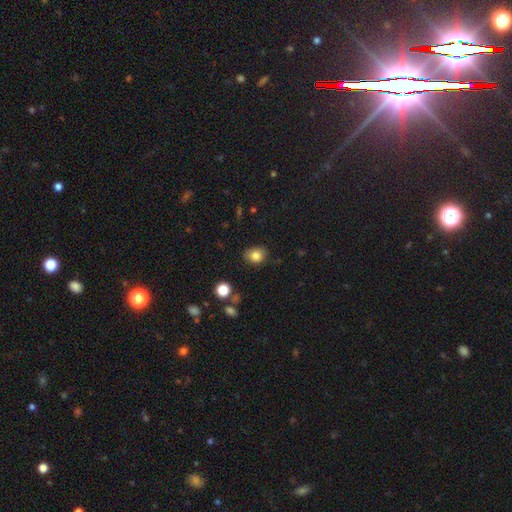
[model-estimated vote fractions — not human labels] This is clearly a smooth galaxy (83%). How rounded: possibly round (53%). Merging: likely none (80%).